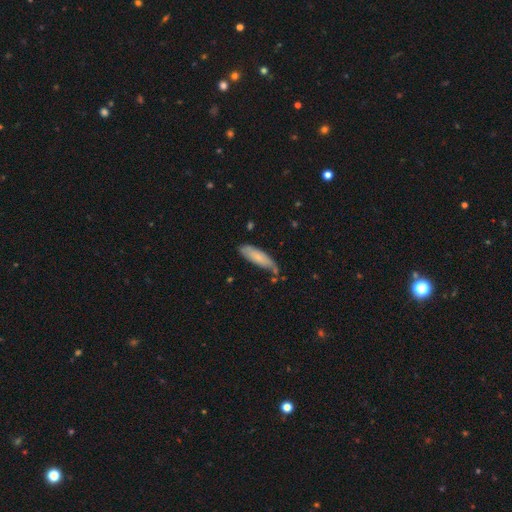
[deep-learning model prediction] The model was most divided on "how rounded": cigar-shaped: 56%, in between: 43%, round: 2%. More confident: smooth or featured — smooth (73%); merging — none (60%).